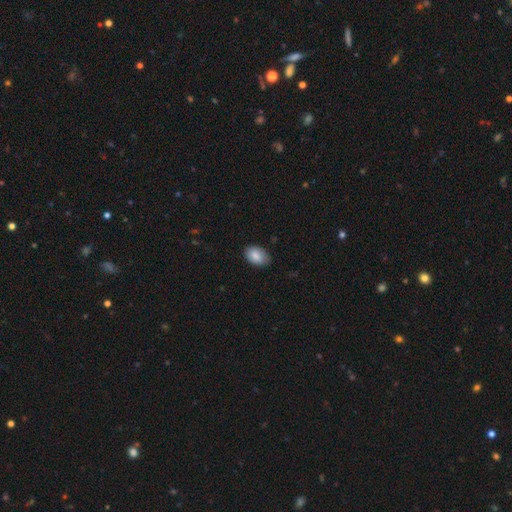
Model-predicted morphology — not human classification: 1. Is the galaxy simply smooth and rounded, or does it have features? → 85% smooth, 8% featured or disk, 7% star or artifact.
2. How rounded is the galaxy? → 89% in between, 10% round, 1% cigar-shaped.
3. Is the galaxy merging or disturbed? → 79% none, 17% minor disturbance, 3% major disturbance, 1% merger.